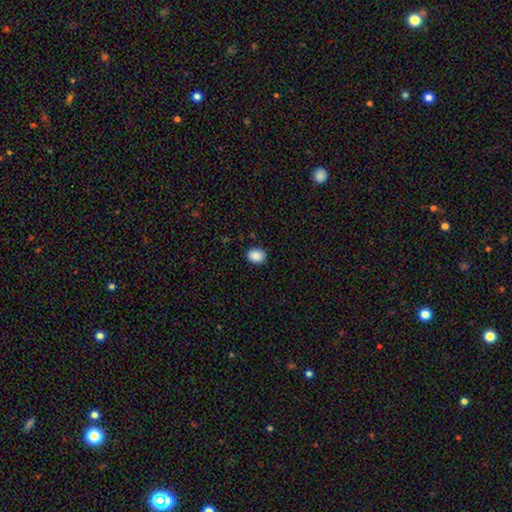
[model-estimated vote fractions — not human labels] Smooth or featured?
  - smooth: 89% *
  - star or artifact: 8%
  - featured or disk: 3%
How rounded?
  - round: 50% *
  - in between: 49%
  - cigar-shaped: 1%
Merging?
  - none: 89% *
  - minor disturbance: 8%
  - major disturbance: 2%
  - merger: 1%